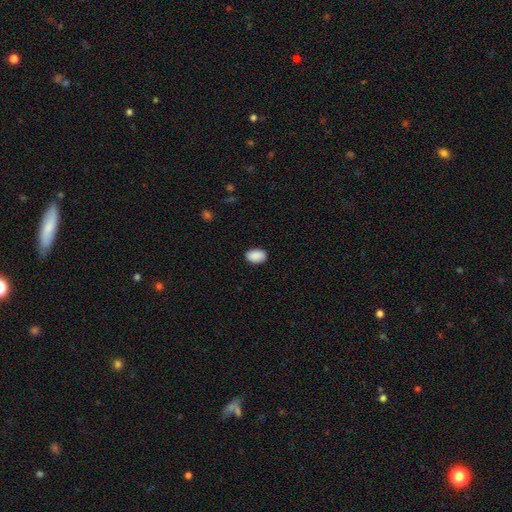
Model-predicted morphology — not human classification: Smooth or featured?
  - smooth: 91% *
  - star or artifact: 7%
  - featured or disk: 3%
How rounded?
  - in between: 84% *
  - round: 15%
  - cigar-shaped: 1%
Merging?
  - none: 88% *
  - minor disturbance: 9%
  - major disturbance: 2%
  - merger: 1%